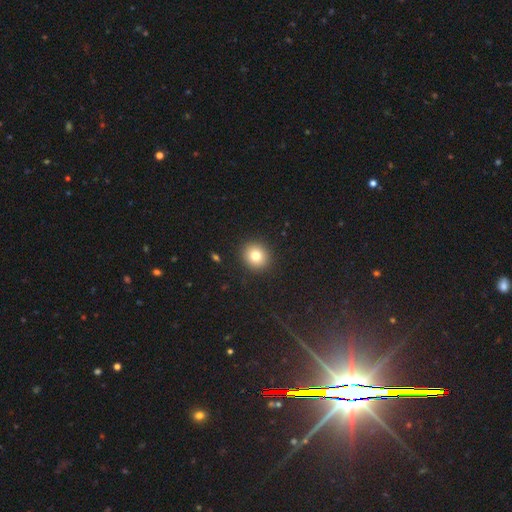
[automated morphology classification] A smooth galaxy with no disk features (79%) that is round (87%).

Vote fractions:
- Smooth or featured? smooth: 79% / star or artifact: 12% / featured or disk: 9%
- How rounded? round: 87% / in between: 12% / cigar-shaped: 1%
- Merging? none: 92% / minor disturbance: 5% / major disturbance: 2% / merger: 1%